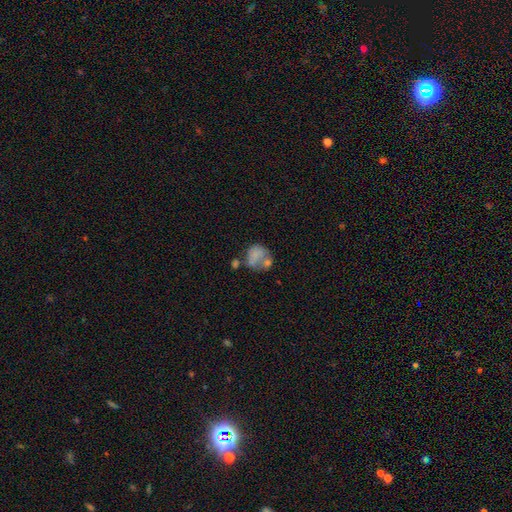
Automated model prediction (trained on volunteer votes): smooth-or-featured: smooth: 62% | featured or disk: 27% | star or artifact: 11%
  how-rounded: round: 69% | in between: 30% | cigar-shaped: 1%
  merging: none: 34% | merger: 28% | minor disturbance: 19% | major disturbance: 18%